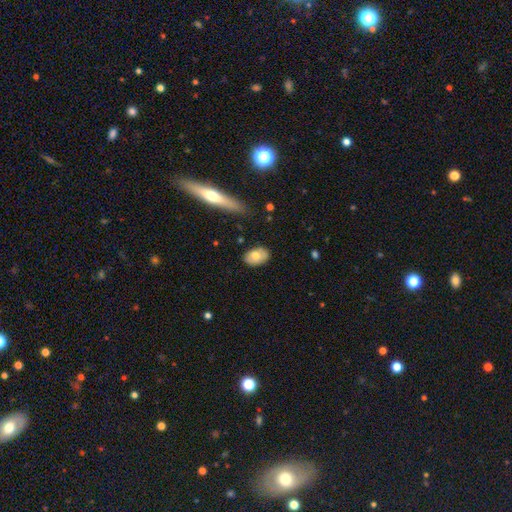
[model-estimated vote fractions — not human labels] Q: Smooth or featured?
A: smooth (66%); runner-up: featured or disk (28%)
Q: How rounded?
A: in between (86%); runner-up: round (12%)
Q: Merging?
A: none (83%); runner-up: minor disturbance (13%)